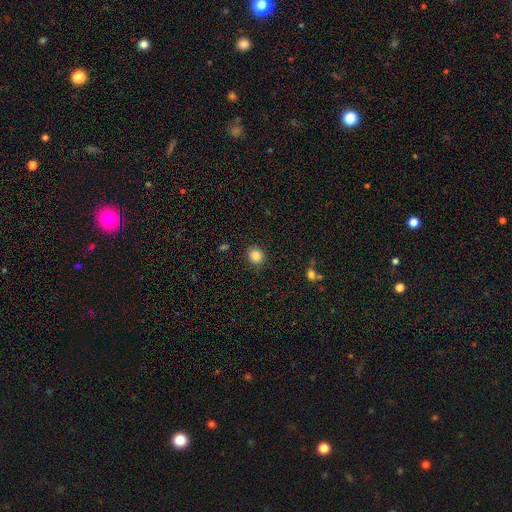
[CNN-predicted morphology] Smooth or featured? smooth (84%)
How rounded? round (75%)
Merging? none (88%)